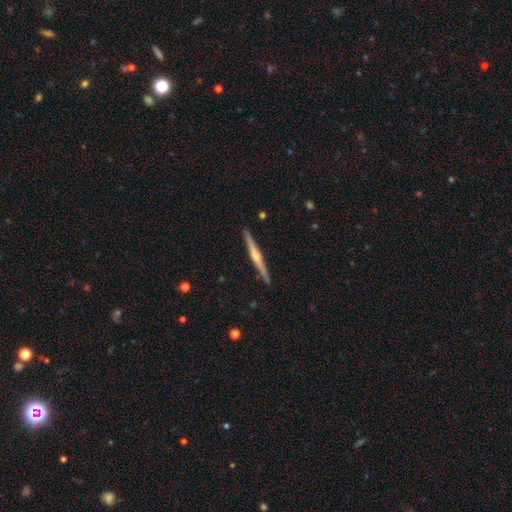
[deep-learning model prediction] Smooth or featured? featured or disk (75%)
Edge-on disk? yes (98%)
Edge-on bulge? rounded (80%)
Merging? none (92%)